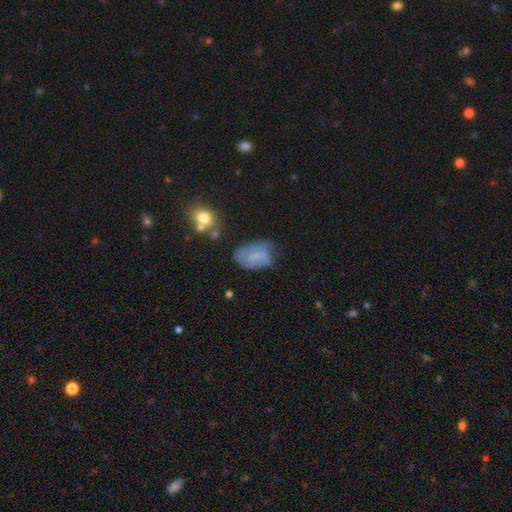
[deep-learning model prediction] smooth_or_featured: smooth (p=0.49) [alt: featured or disk p=0.41]
merging: none (p=0.45) [alt: minor disturbance p=0.34]